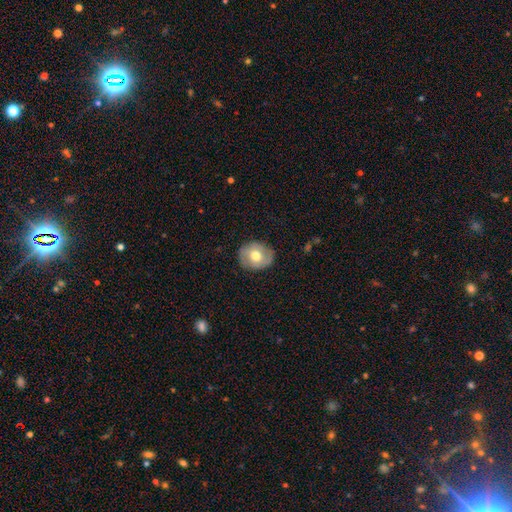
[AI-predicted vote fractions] This appears to be a smooth galaxy with no disk features (60%) that is round (71%). Merging: none (83%).